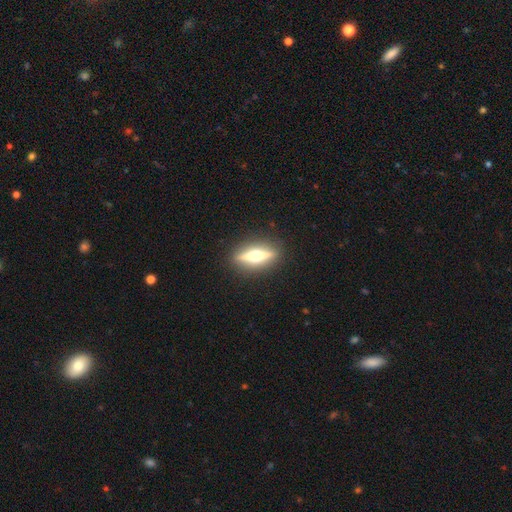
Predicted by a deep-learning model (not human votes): Smooth or featured? Predicted: featured or disk (p=0.74). Edge-on disk? Predicted: yes (p=0.94). Edge-on bulge? Predicted: rounded (p=0.95). Merging? Predicted: none (p=0.90).